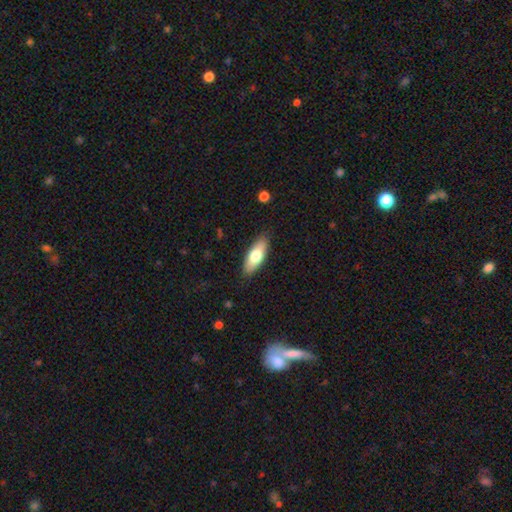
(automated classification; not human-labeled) Smooth or featured?
  - smooth: 70% *
  - featured or disk: 24%
  - star or artifact: 6%
How rounded?
  - in between: 73% *
  - cigar-shaped: 25%
  - round: 2%
Merging?
  - none: 87% *
  - minor disturbance: 10%
  - major disturbance: 2%
  - merger: 1%